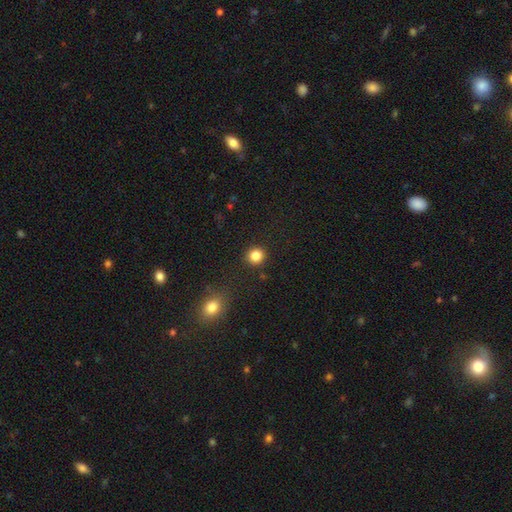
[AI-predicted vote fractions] smooth 85%, star or artifact 11%, featured or disk 4%. Down the decision tree: how rounded — round (91%); merging — none (90%).